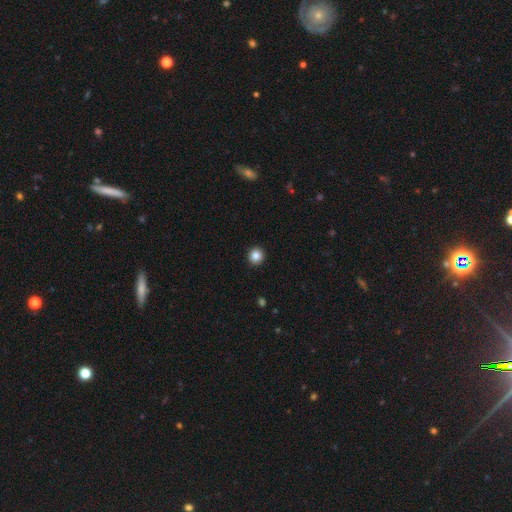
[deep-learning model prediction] smooth-or-featured: smooth: 85% | star or artifact: 10% | featured or disk: 5%
  how-rounded: round: 92% | in between: 7% | cigar-shaped: 1%
  merging: none: 93% | minor disturbance: 4% | major disturbance: 1% | merger: 1%